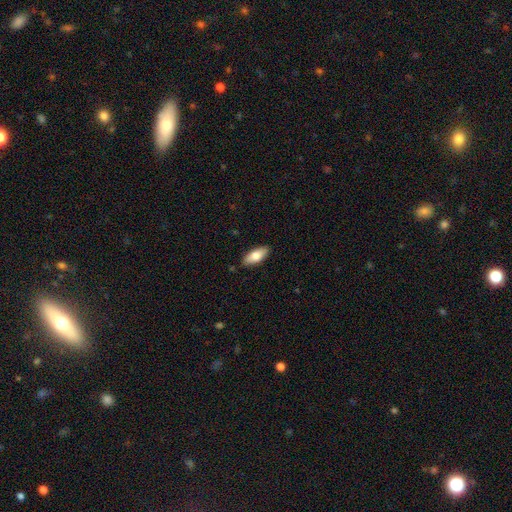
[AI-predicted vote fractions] This is likely a smooth galaxy (77%). How rounded: clearly in between (82%). Merging: clearly none (88%).